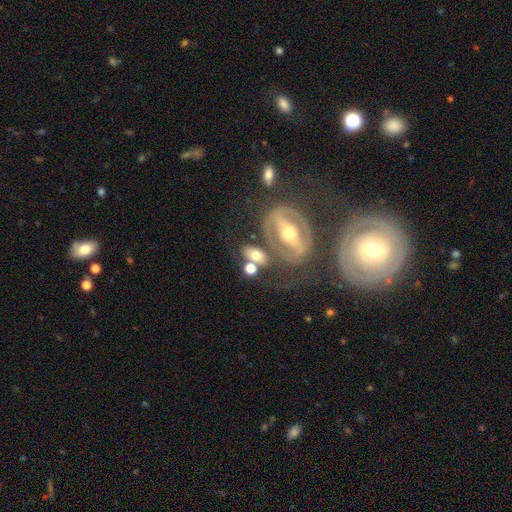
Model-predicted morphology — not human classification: Smooth or featured? Predicted: featured or disk (p=0.50). Edge-on disk? Predicted: no (p=0.87). Merging? Predicted: none (p=0.53).